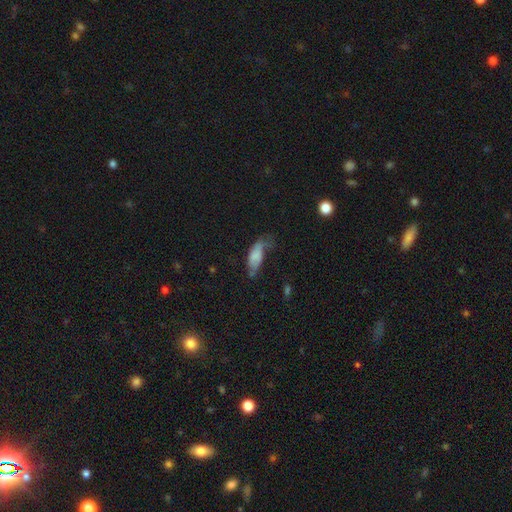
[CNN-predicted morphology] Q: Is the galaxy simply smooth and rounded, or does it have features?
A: smooth — 68%.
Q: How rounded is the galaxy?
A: in between — 80%.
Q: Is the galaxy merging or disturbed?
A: major disturbance — 36%.